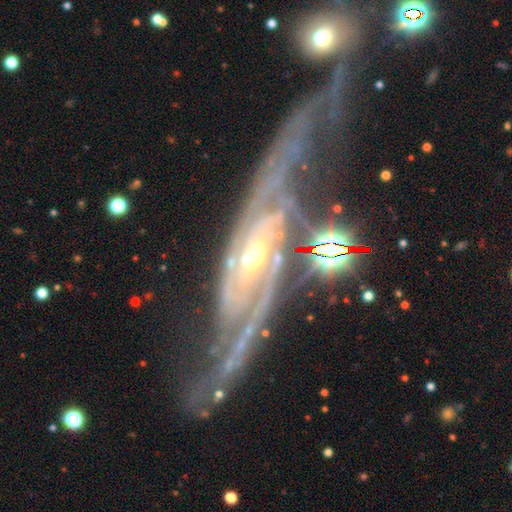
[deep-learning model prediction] smooth_or_featured: featured or disk (p=0.89) [alt: star or artifact p=0.07]
disk_edge_on: no (p=0.83) [alt: yes p=0.17]
bar: no (p=0.41) [alt: weak p=0.34]
has_spiral_arms: yes (p=0.97) [alt: no p=0.03]
spiral_winding: medium (p=0.47) [alt: tight p=0.33]
spiral_arm_count: 2 (p=0.67) [alt: can't tell p=0.12]
bulge_size: small (p=0.67) [alt: moderate p=0.28]
merging: none (p=0.58) [alt: minor disturbance p=0.18]